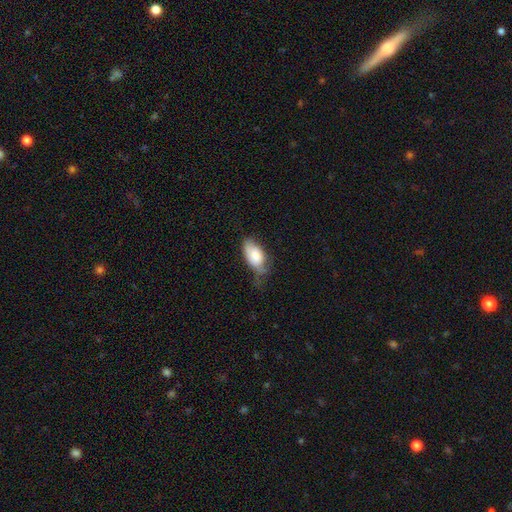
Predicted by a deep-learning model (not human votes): smooth-or-featured: smooth: 76% | featured or disk: 18% | star or artifact: 6%
  how-rounded: in between: 93% | cigar-shaped: 4% | round: 3%
  merging: minor disturbance: 44% | none: 34% | major disturbance: 20% | merger: 3%